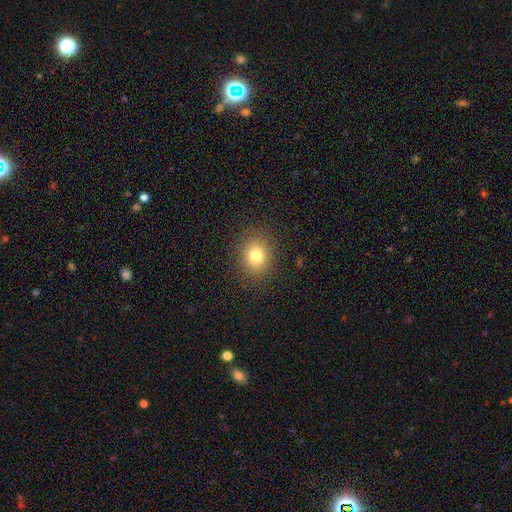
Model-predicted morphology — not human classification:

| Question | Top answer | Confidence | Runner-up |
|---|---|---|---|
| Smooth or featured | smooth | 78% | star or artifact (13%) |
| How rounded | round | 75% | in between (24%) |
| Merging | none | 89% | minor disturbance (7%) |